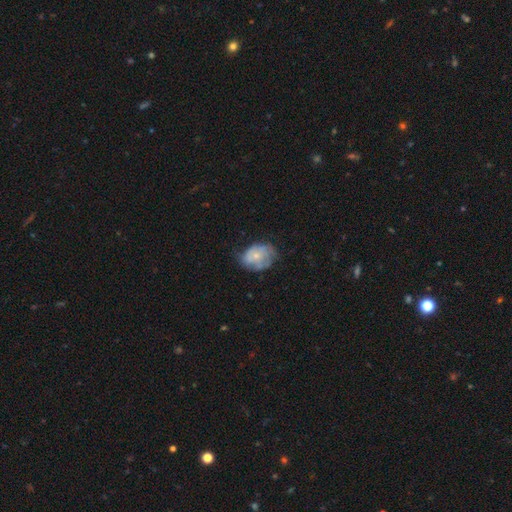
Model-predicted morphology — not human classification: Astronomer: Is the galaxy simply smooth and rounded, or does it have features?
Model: featured or disk — 48% (runner-up: smooth, 44%).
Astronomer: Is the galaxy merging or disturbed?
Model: none — 47% (runner-up: minor disturbance, 34%).